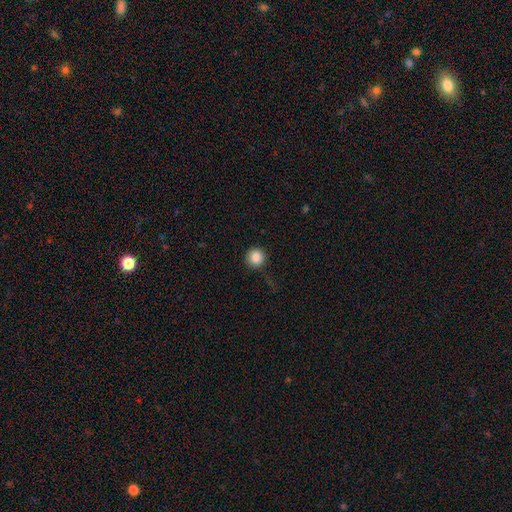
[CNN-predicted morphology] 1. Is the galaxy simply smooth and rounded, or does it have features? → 87% smooth, 9% star or artifact, 4% featured or disk.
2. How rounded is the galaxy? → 95% round, 4% in between, 1% cigar-shaped.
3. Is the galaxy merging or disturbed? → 88% none, 8% minor disturbance, 3% major disturbance, 1% merger.